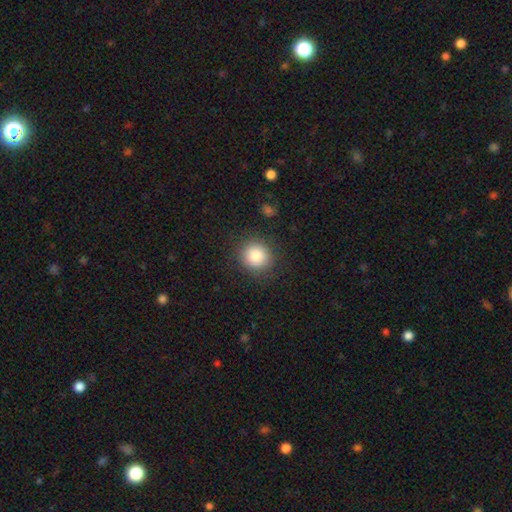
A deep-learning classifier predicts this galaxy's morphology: Smooth or featured? Predicted: smooth (p=0.84). How rounded? Predicted: round (p=0.88). Merging? Predicted: none (p=0.86).